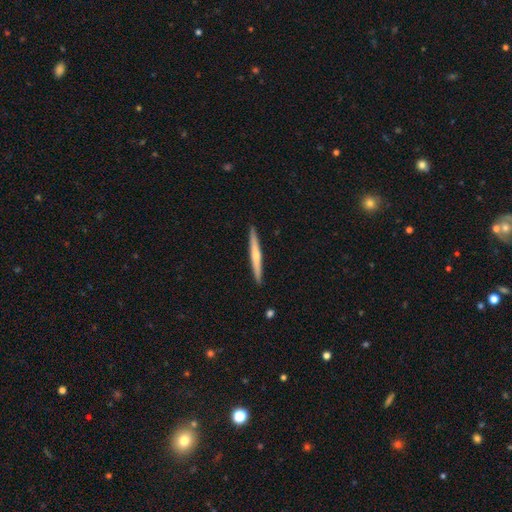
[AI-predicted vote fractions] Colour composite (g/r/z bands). It shows a featured or disk galaxy (51%) viewed edge-on (97%). Merging: none (92%).